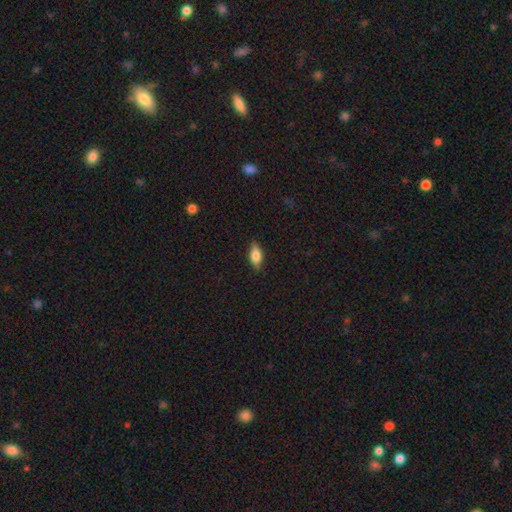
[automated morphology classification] The model was most divided on "smooth or featured": smooth: 70%, featured or disk: 23%, star or artifact: 8%. More confident: merging — none (84%); how rounded — in between (82%).